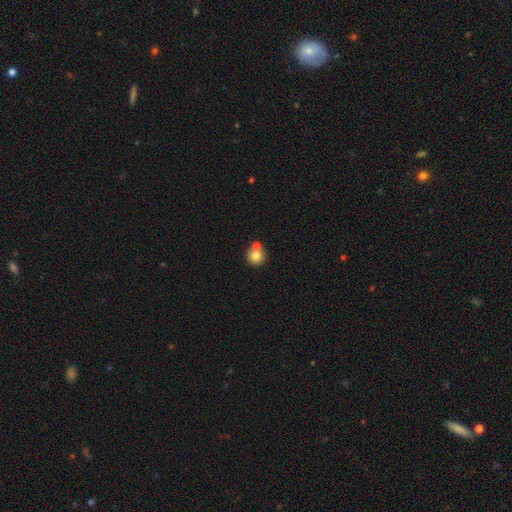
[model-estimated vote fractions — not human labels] This appears to be a smooth galaxy with no disk features (76%) that is round (91%). Merging: none (55%).